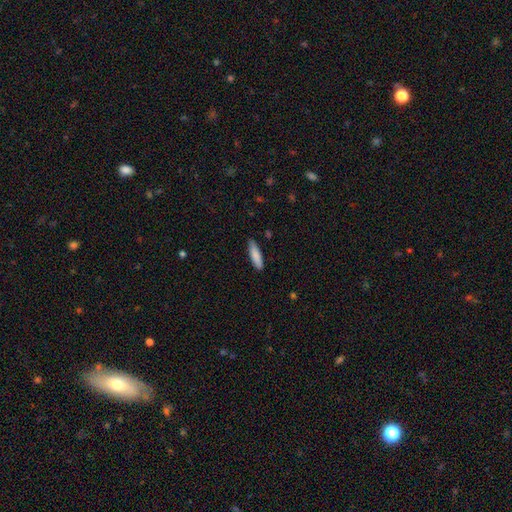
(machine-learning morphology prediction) type=smooth (85%); roundness=cigar-shaped (69%); merging=none (86%).